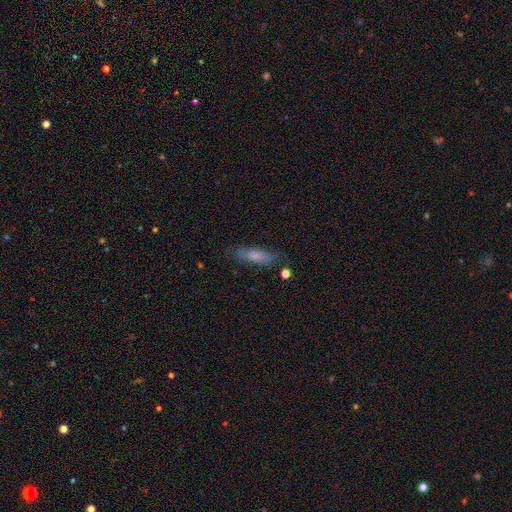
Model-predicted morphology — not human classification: Smooth or featured: smooth — 64% (featured or disk — 27%)
How rounded: in between — 50% (cigar-shaped — 48%)
Merging: none — 68% (minor disturbance — 22%)